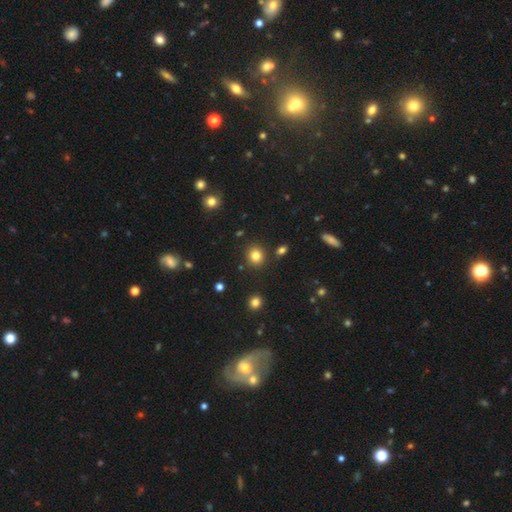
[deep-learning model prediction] smooth 82%, star or artifact 13%, featured or disk 6%. Down the decision tree: how rounded — round (83%); merging — none (87%).